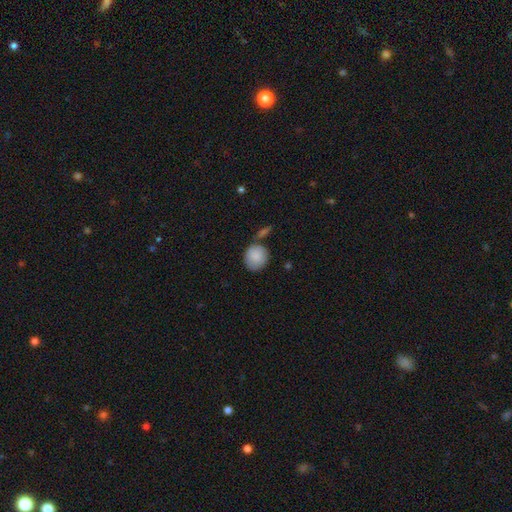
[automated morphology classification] This appears to be a smooth galaxy with no disk features (88%) that is round (81%). Merging: none (67%).